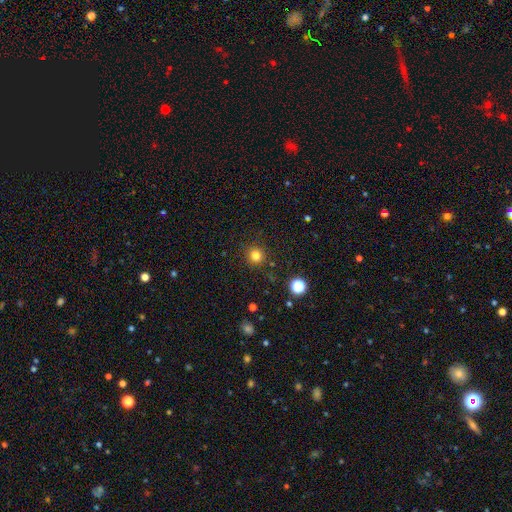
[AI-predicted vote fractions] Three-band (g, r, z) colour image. It shows a smooth galaxy with no disk features (80%) that is round (94%). Merging: none (89%).